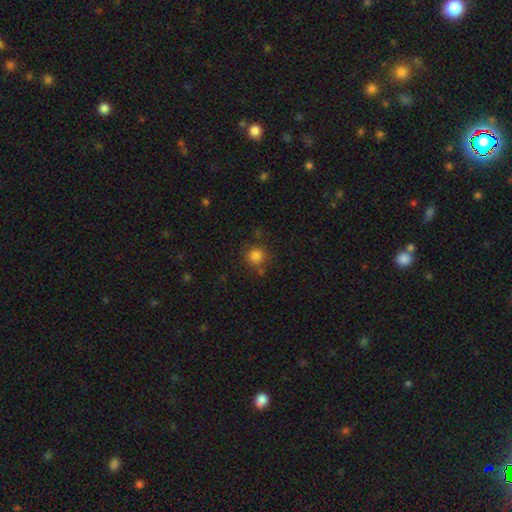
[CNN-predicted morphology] Smooth or featured: smooth — 82% (star or artifact — 12%)
How rounded: round — 90% (in between — 9%)
Merging: none — 73% (minor disturbance — 14%)